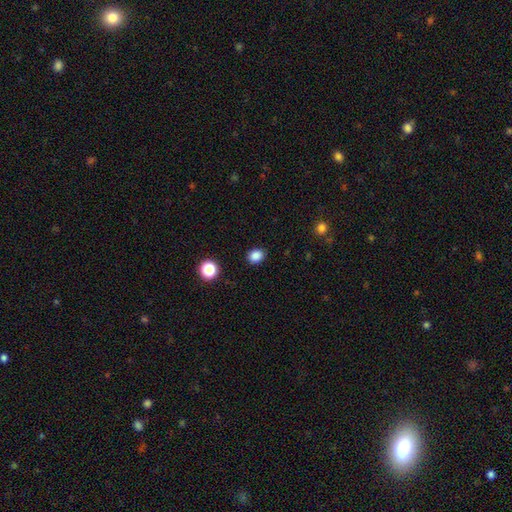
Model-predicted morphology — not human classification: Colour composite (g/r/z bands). It shows a smooth galaxy with no disk features (85%) that is round (53%). Merging: none (89%).